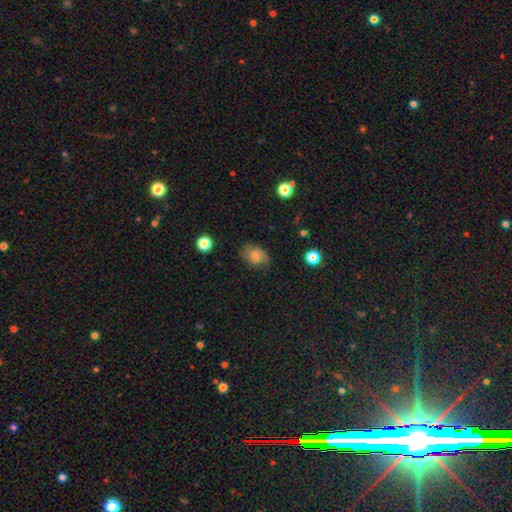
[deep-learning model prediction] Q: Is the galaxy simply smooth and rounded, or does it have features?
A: smooth — 60%.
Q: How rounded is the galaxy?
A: in between — 66%.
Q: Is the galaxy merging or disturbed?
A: none — 72%.